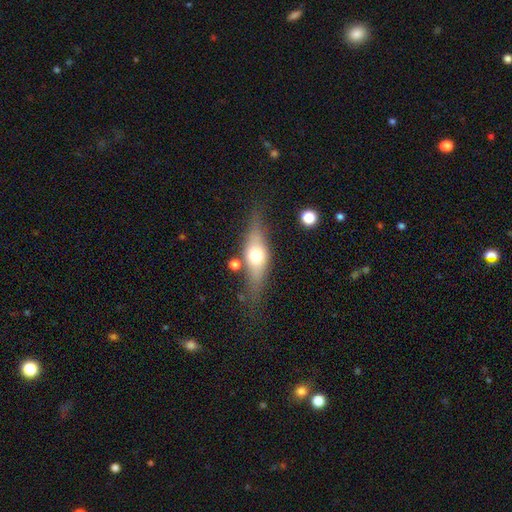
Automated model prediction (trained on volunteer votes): featured or disk 51%, smooth 42%, star or artifact 7%. Down the decision tree: edge-on disk — yes (84%); merging — none (72%).